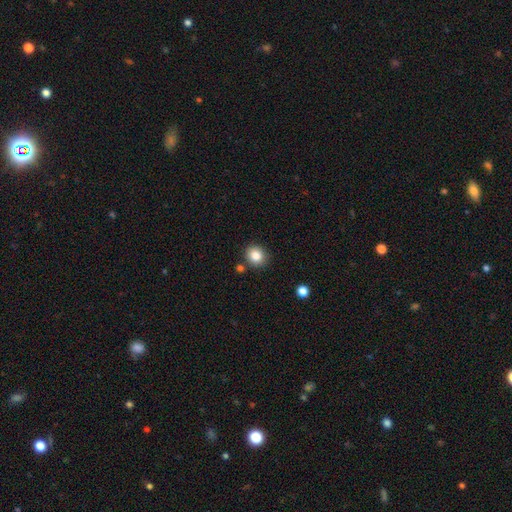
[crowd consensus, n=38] This is likely a smooth galaxy (76%). How rounded: likely round (69%). Merging: clearly none (89%).